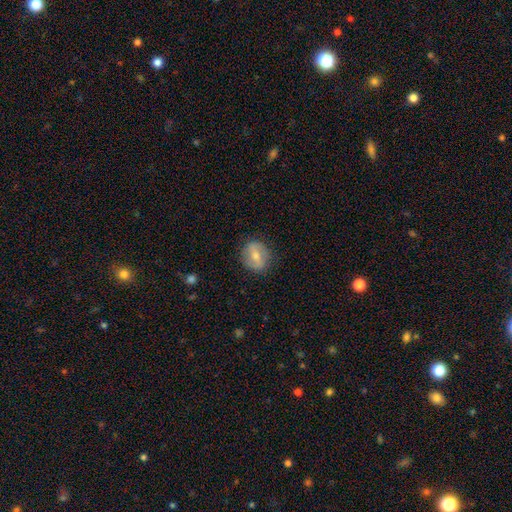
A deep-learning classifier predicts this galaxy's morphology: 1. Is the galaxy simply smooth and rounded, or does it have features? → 52% smooth, 40% featured or disk, 7% star or artifact.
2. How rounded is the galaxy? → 66% round, 33% in between, 2% cigar-shaped.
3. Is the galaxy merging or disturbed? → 83% none, 12% minor disturbance, 4% major disturbance, 1% merger.